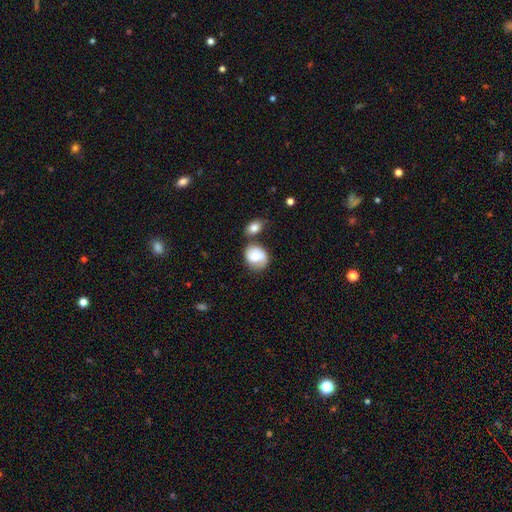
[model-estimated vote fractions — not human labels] smooth 70%, featured or disk 22%, star or artifact 8%. Down the decision tree: how rounded — round (58%); merging — none (37%).